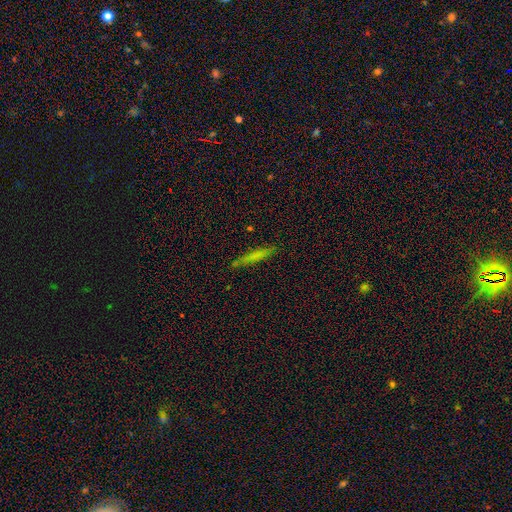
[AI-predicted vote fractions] Morphology: type=smooth (67%); roundness=cigar-shaped (92%); merging=none (83%).